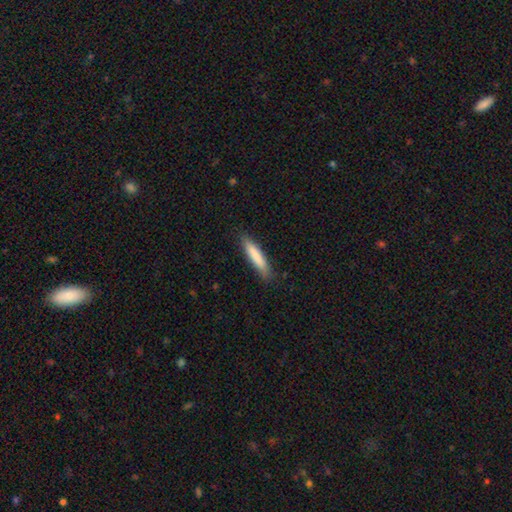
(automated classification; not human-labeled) This is clearly a smooth galaxy (83%). How rounded: clearly cigar-shaped (86%). Merging: clearly none (86%).